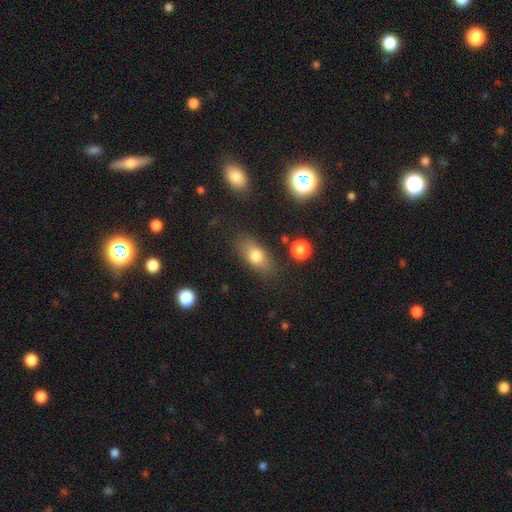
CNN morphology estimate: A smooth galaxy with no disk features (76%) that is in between round and cigar-shaped (80%).

Vote fractions:
- Smooth or featured? smooth: 76% / featured or disk: 14% / star or artifact: 10%
- How rounded? in between: 80% / cigar-shaped: 10% / round: 10%
- Merging? none: 79% / minor disturbance: 14% / major disturbance: 5% / merger: 3%